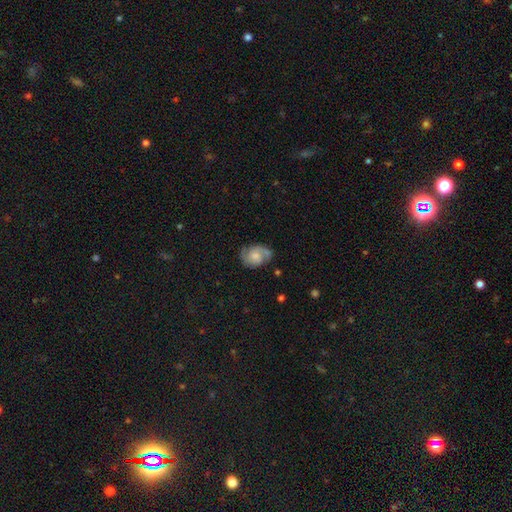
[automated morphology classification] The model was most divided on "bulge size": moderate: 39%, small: 33%, none: 14%, large: 12%, dominant: 2%. Remaining: edge-on disk — no (97%); spiral arms — yes (89%); spiral arm count — 2 (76%); bar — no (69%); smooth or featured — featured or disk (61%); merging — none (59%); spiral winding — medium (46%).